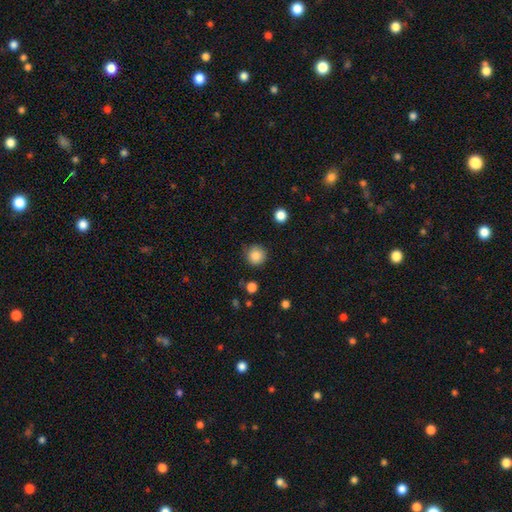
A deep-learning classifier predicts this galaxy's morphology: Smooth or featured? smooth (86%)
How rounded? round (95%)
Merging? none (87%)